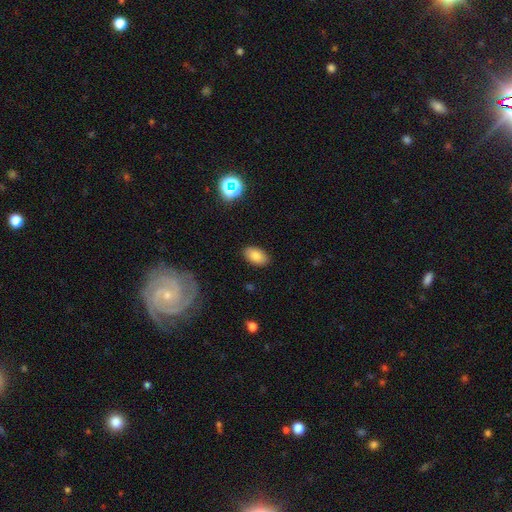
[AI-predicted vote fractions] smooth 82%, star or artifact 9%, featured or disk 8%. Down the decision tree: how rounded — in between (93%); merging — none (87%).